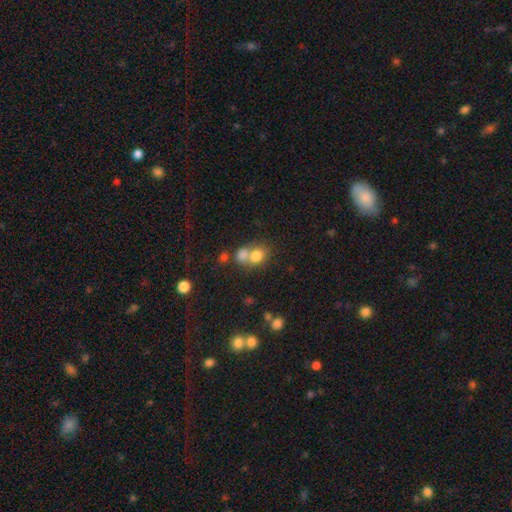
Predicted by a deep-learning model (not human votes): Overall: smooth (77%). How rounded: round (57%; in between 42%). Merging: merger (55%; none 32%).